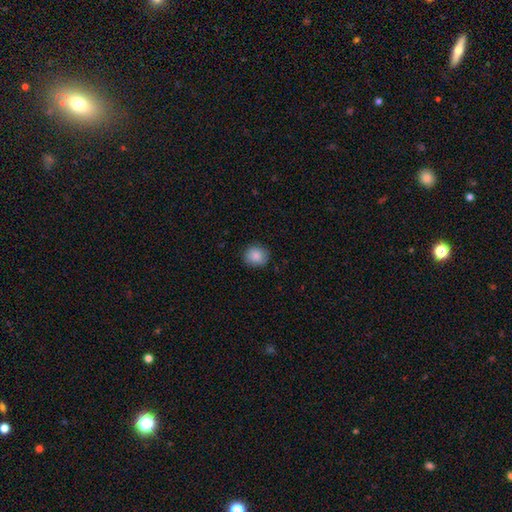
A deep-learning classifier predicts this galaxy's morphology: type=smooth (87%); roundness=round (84%); merging=none (87%).